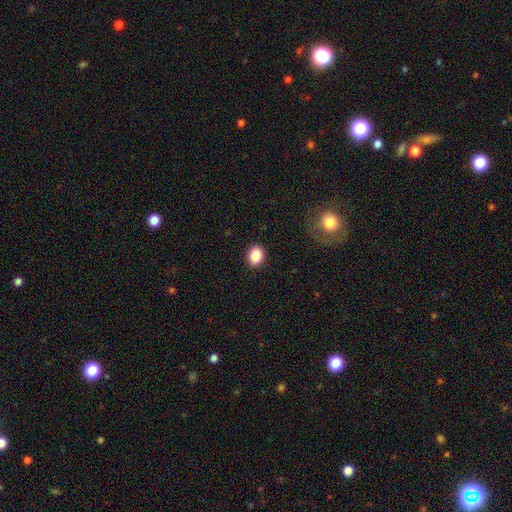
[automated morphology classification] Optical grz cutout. It shows a smooth galaxy with no disk features (88%) that is in between round and cigar-shaped (53%). Merging: none (90%).